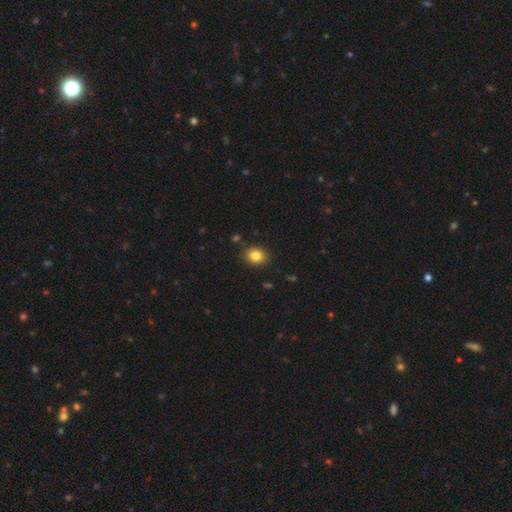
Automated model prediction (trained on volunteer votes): This is clearly a smooth galaxy (83%). How rounded: likely round (67%). Merging: clearly none (88%).